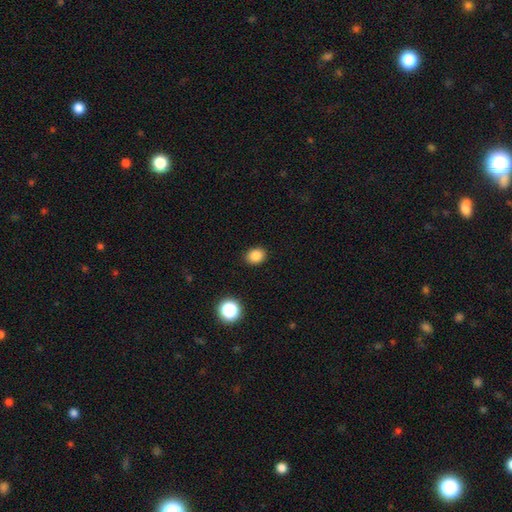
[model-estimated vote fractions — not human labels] Q: Smooth or featured?
A: smooth (85%); runner-up: star or artifact (12%)
Q: How rounded?
A: round (52%); runner-up: in between (47%)
Q: Merging?
A: none (89%); runner-up: minor disturbance (7%)